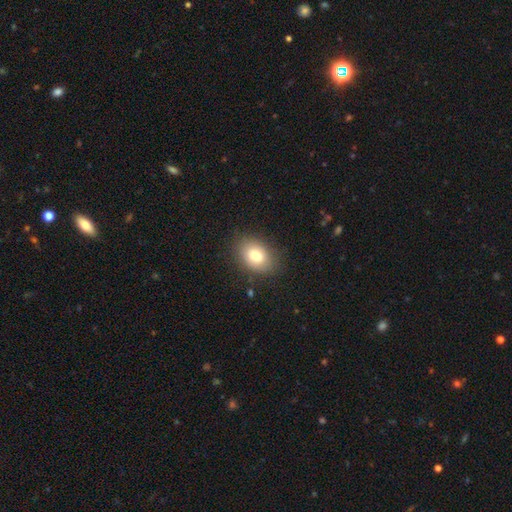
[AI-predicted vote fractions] This is likely a smooth galaxy (78%). How rounded: likely in between (78%). Merging: clearly none (83%).